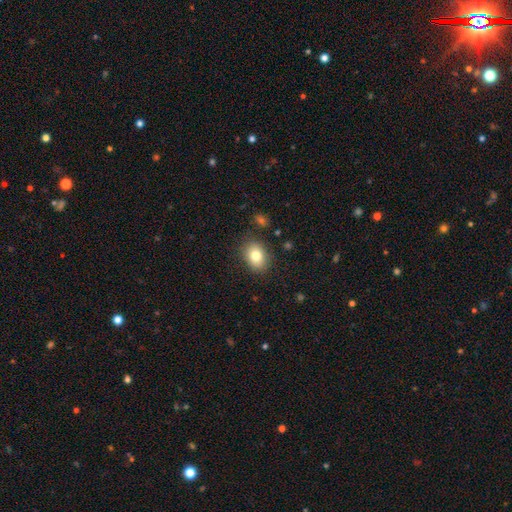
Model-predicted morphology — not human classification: This appears to be a smooth galaxy with no disk features (80%) that is in between round and cigar-shaped (67%). Merging: none (84%).